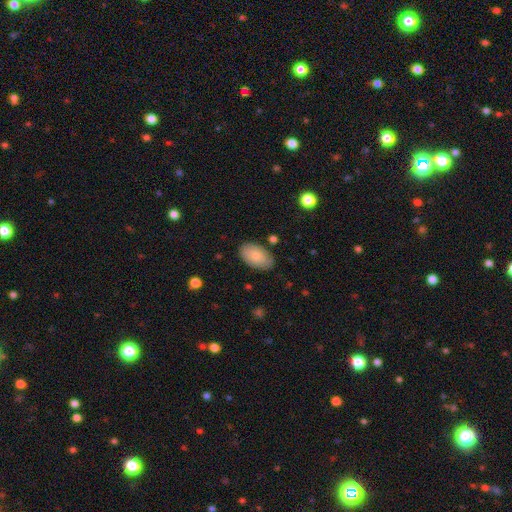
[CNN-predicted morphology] A smooth galaxy with no disk features (84%) that is in between round and cigar-shaped (94%). Merging: none (85%).